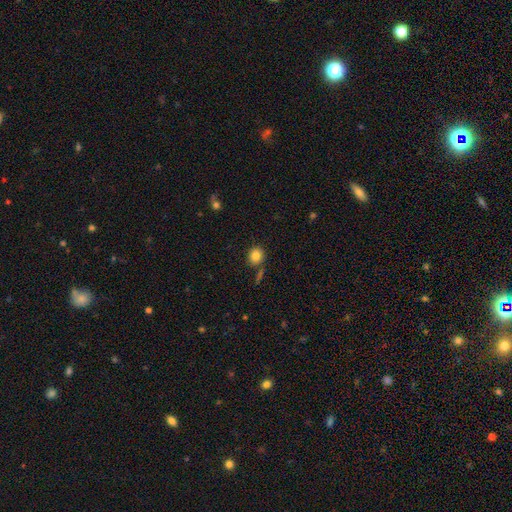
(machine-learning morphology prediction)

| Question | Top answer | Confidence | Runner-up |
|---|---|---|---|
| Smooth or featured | smooth | 84% | star or artifact (10%) |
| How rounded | round | 80% | in between (18%) |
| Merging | none | 79% | minor disturbance (11%) |